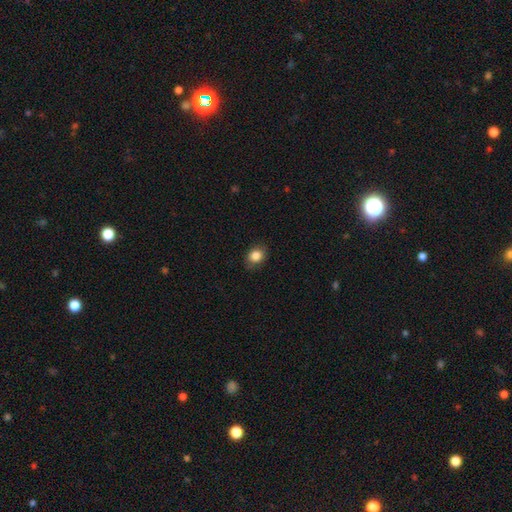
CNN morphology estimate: This appears to be a smooth galaxy with no disk features (85%) that is round (51%). Merging: none (82%).